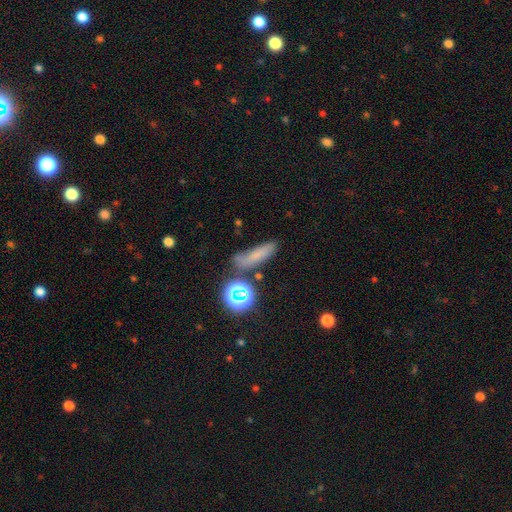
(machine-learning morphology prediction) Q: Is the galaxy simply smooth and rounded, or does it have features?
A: smooth — 63%.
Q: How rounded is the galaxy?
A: cigar-shaped — 54%.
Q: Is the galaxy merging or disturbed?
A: none — 61%.